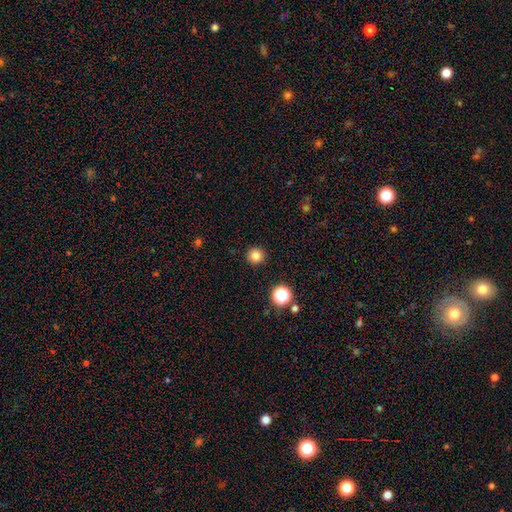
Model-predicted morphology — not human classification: Smooth or featured?
  - smooth: 82% *
  - star or artifact: 13%
  - featured or disk: 5%
How rounded?
  - round: 96% *
  - in between: 3%
  - cigar-shaped: 1%
Merging?
  - none: 92% *
  - minor disturbance: 5%
  - major disturbance: 2%
  - merger: 1%